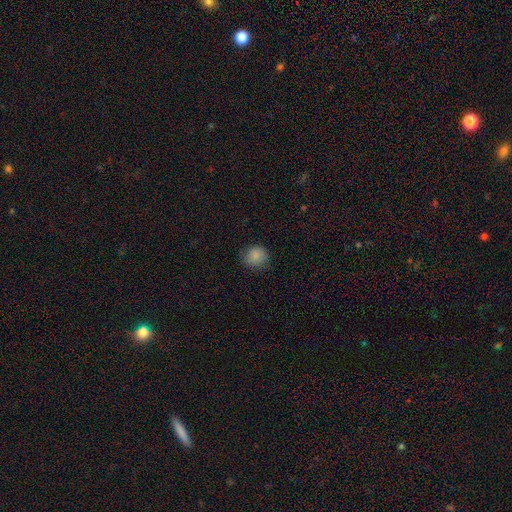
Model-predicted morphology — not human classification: This is clearly a smooth galaxy (85%). How rounded: clearly round (83%). Merging: likely none (79%).